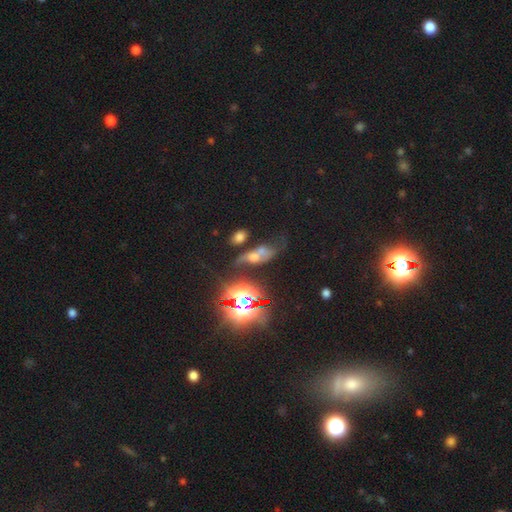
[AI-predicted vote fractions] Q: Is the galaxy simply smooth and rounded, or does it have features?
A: smooth — 37%.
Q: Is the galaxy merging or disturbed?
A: merger — 35%.